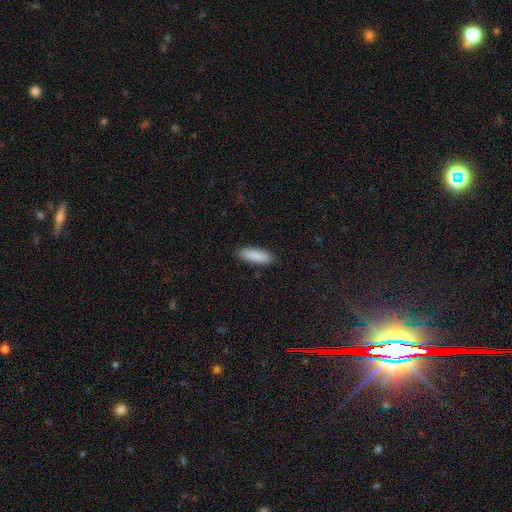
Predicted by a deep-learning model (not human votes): Smooth or featured: smooth — 89% (star or artifact — 6%)
How rounded: cigar-shaped — 51% (in between — 47%)
Merging: none — 89% (minor disturbance — 8%)